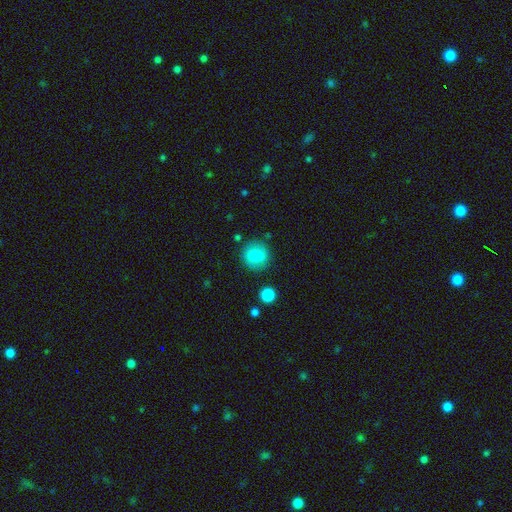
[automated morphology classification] This appears to be a smooth galaxy with no disk features (79%) that is round (87%). Merging: none (84%).